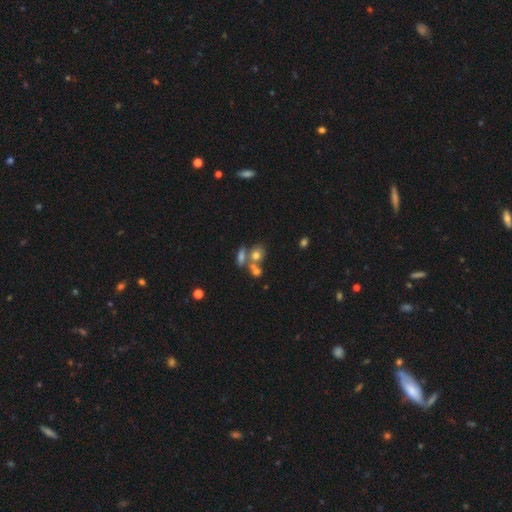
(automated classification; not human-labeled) Morphology: type=smooth (59%); roundness=round (52%); merging=merger (42%, tied with none).